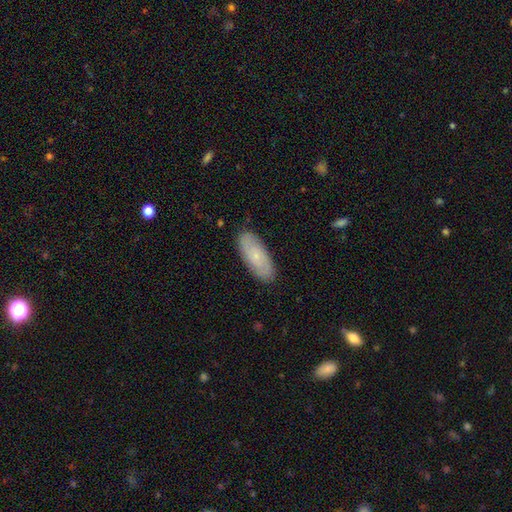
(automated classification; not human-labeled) This is possibly a smooth galaxy (59%). How rounded: likely in between (78%). Merging: clearly none (86%).